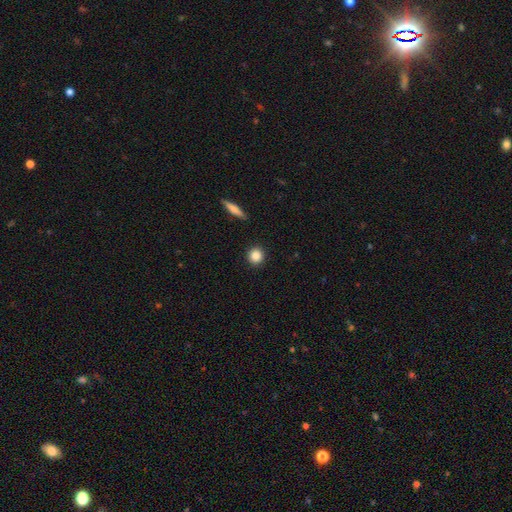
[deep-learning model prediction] Smooth or featured?
  - smooth: 87% *
  - star or artifact: 9%
  - featured or disk: 5%
How rounded?
  - round: 91% *
  - in between: 8%
  - cigar-shaped: 2%
Merging?
  - none: 91% *
  - minor disturbance: 6%
  - major disturbance: 2%
  - merger: 1%